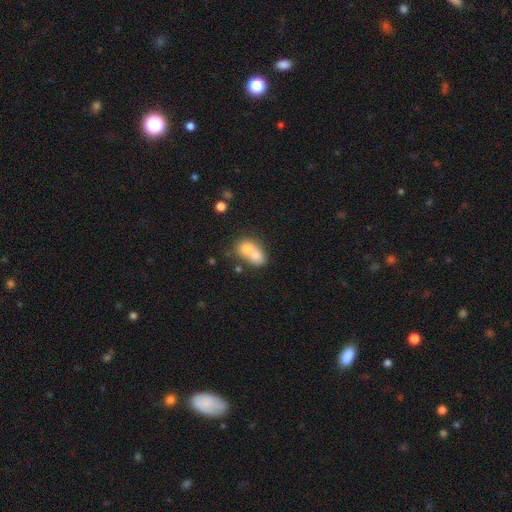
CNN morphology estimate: Smooth or featured? smooth (71%)
How rounded? in between (54%)
Merging? merger (72%)